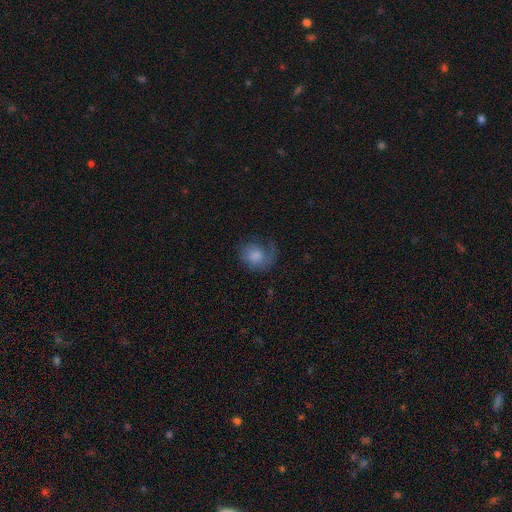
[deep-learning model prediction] The model was most divided on "merging": none: 43%, major disturbance: 30%, minor disturbance: 24%, merger: 2%. More confident: how rounded — round (66%); smooth or featured — smooth (55%).